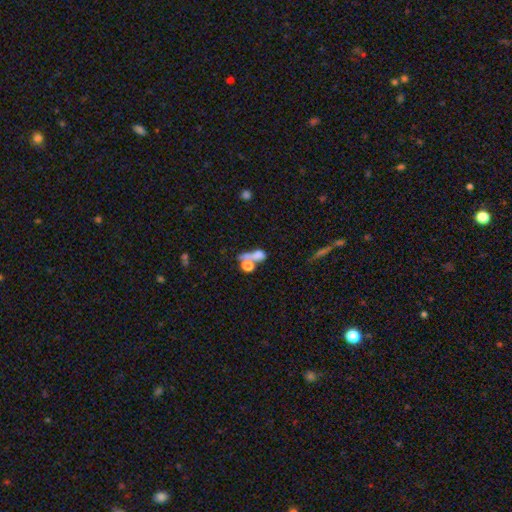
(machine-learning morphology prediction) The model was most divided on "how rounded": in between: 48%, round: 41%, cigar-shaped: 11%. More confident: smooth or featured — smooth (65%); merging — merger (51%).